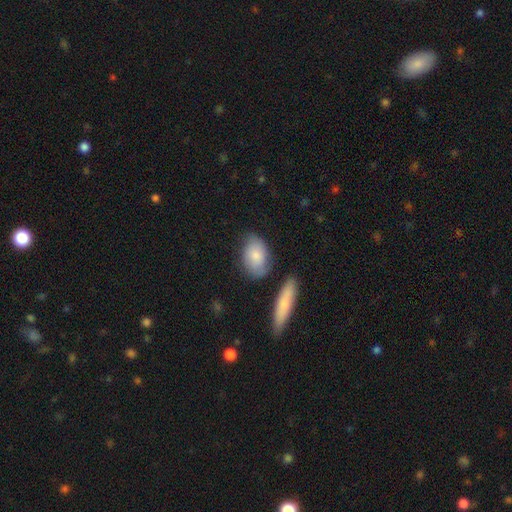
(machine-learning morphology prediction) Overall: smooth (79%). How rounded: in between (87%). Merging: none (68%).